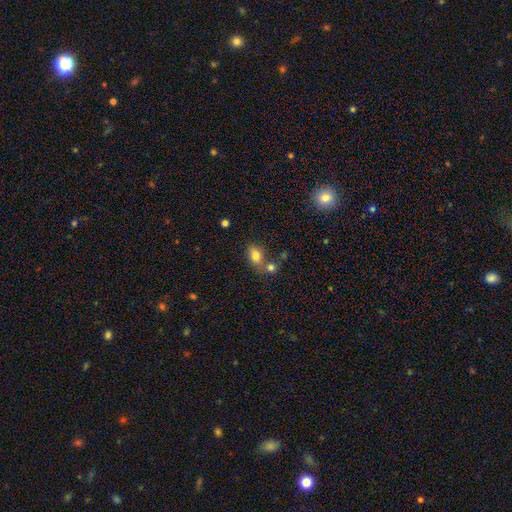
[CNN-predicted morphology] A smooth galaxy with no disk features (79%) that is in between round and cigar-shaped (72%). Merging: none (51%).